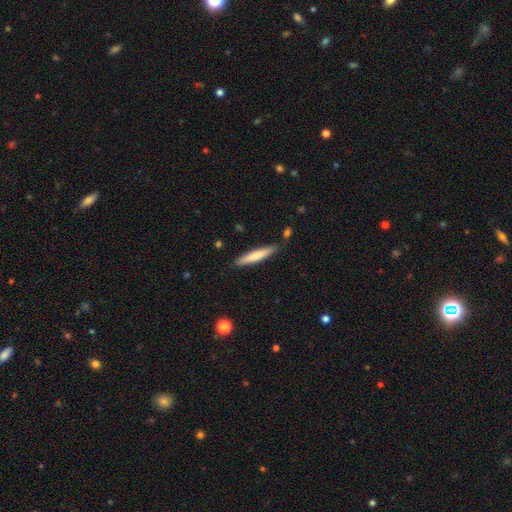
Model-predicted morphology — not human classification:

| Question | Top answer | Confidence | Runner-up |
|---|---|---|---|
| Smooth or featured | smooth | 72% | featured or disk (23%) |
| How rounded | cigar-shaped | 91% | in between (8%) |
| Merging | none | 86% | minor disturbance (10%) |